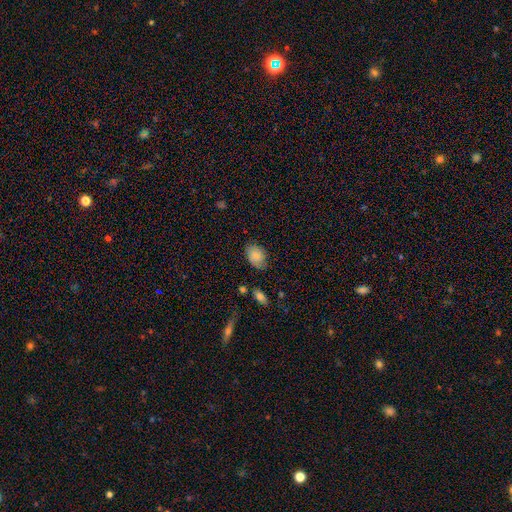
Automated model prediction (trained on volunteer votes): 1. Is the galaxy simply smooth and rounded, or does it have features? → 81% smooth, 11% featured or disk, 8% star or artifact.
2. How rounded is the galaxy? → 81% in between, 18% round, 1% cigar-shaped.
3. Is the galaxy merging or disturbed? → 75% none, 19% minor disturbance, 4% major disturbance, 2% merger.